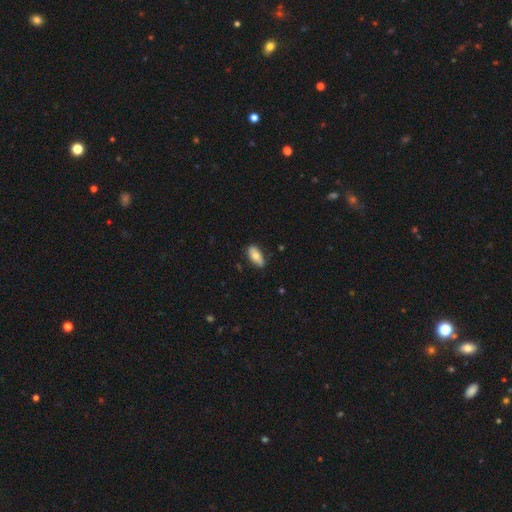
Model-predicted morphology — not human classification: This is likely a smooth galaxy (72%). How rounded: clearly in between (88%). Merging: clearly none (80%).